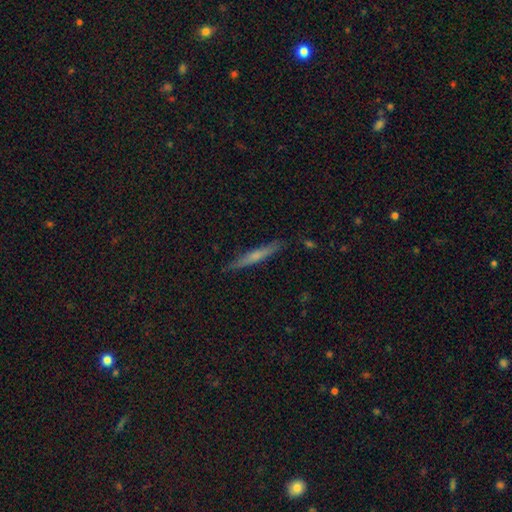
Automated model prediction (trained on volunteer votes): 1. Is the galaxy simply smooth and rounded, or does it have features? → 49% smooth, 44% featured or disk, 7% star or artifact.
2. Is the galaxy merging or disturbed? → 88% none, 9% minor disturbance, 2% major disturbance, 1% merger.